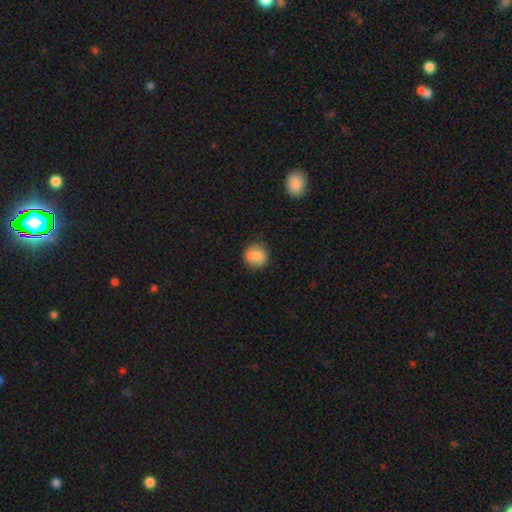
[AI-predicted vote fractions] smooth 86%, star or artifact 8%, featured or disk 6%. Down the decision tree: how rounded — round (90%); merging — none (86%).